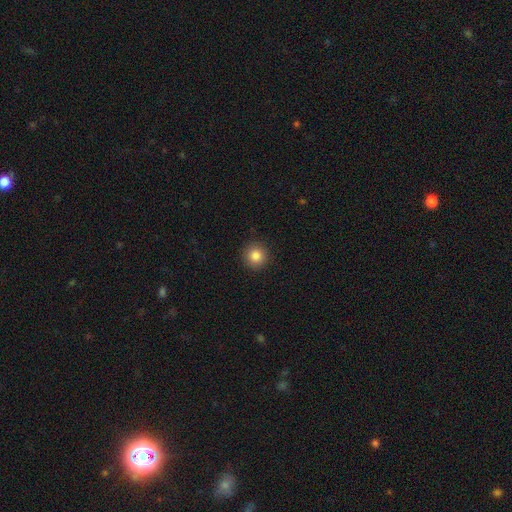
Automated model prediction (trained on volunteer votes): A smooth galaxy with no disk features (84%) that is round (94%). Merging: none (92%).